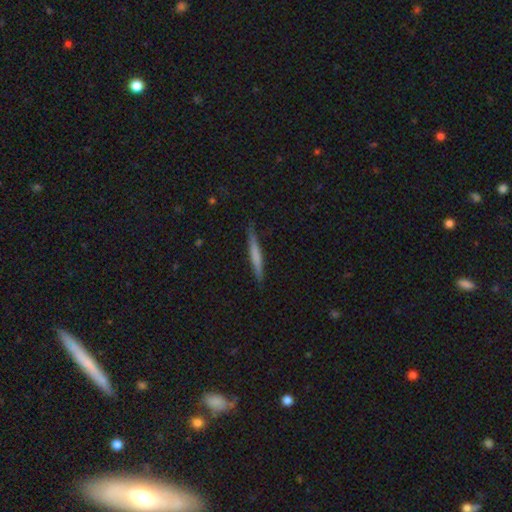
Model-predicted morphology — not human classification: Smooth or featured?
  - smooth: 60% *
  - featured or disk: 35%
  - star or artifact: 6%
How rounded?
  - cigar-shaped: 96% *
  - in between: 3%
  - round: 1%
Merging?
  - none: 86% *
  - minor disturbance: 11%
  - major disturbance: 2%
  - merger: 1%